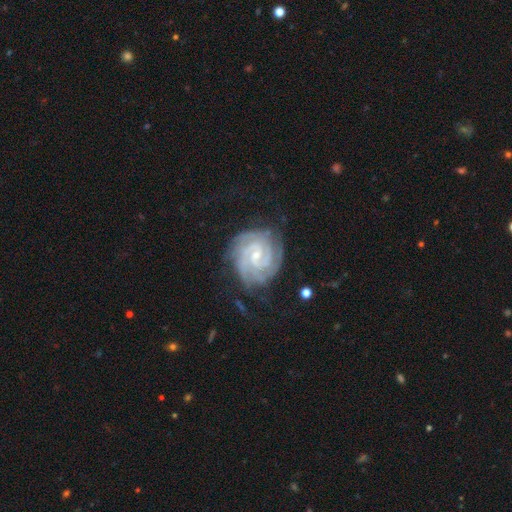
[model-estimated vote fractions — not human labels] Smooth or featured?
  - featured or disk: 91% *
  - star or artifact: 5%
  - smooth: 5%
Edge-on disk?
  - no: 98% *
  - yes: 2%
Bar?
  - weak: 50% *
  - no: 35%
  - strong: 16%
Spiral arms?
  - yes: 99% *
  - no: 1%
Spiral winding?
  - tight: 80% *
  - medium: 18%
  - loose: 2%
Spiral arm count?
  - 2: 39% *
  - 3: 23%
  - can't tell: 15%
  - 4: 13%
  - more than 4: 6%
  - 1: 5%
Bulge size?
  - small: 68% *
  - moderate: 26%
  - none: 4%
  - large: 1%
  - dominant: 1%
Merging?
  - none: 74% *
  - minor disturbance: 18%
  - major disturbance: 7%
  - merger: 1%